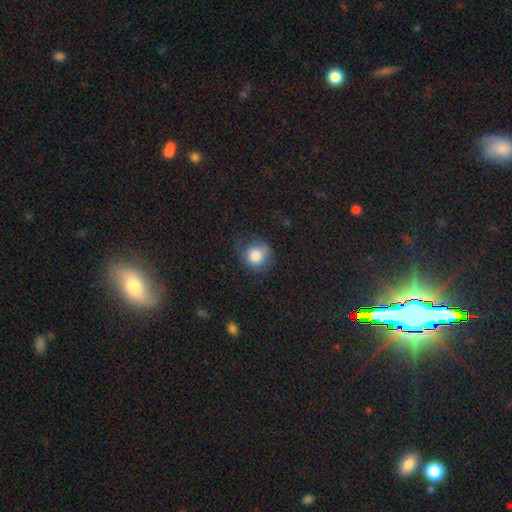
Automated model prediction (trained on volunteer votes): This is clearly a smooth galaxy (82%). How rounded: clearly round (85%). Merging: likely none (60%).